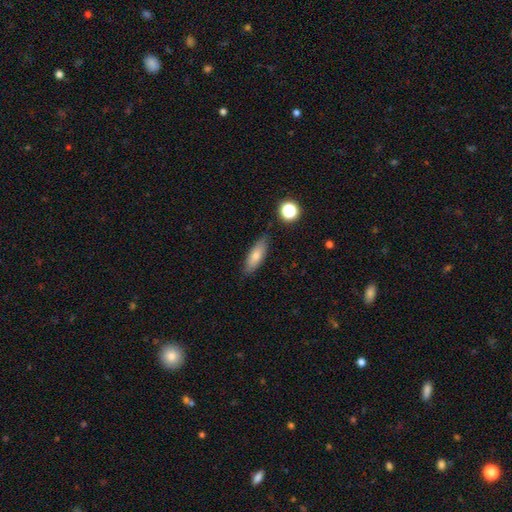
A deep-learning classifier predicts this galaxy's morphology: This appears to be a smooth galaxy with no disk features (74%) that is in between round and cigar-shaped (59%). Merging: none (81%).